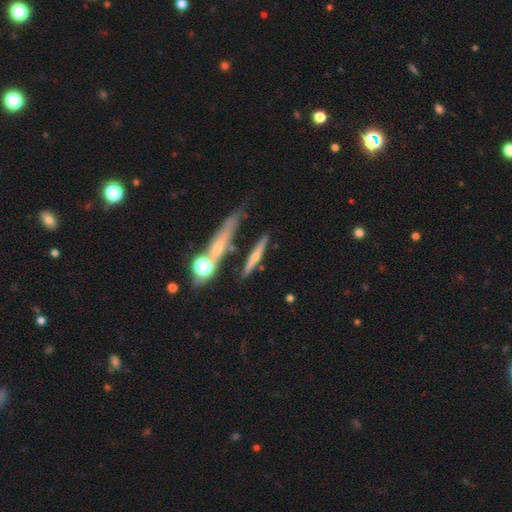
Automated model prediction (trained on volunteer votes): The model was most divided on "smooth or featured": featured or disk: 55%, smooth: 33%, star or artifact: 12%. More confident: edge-on disk — yes (87%); merging — none (68%).